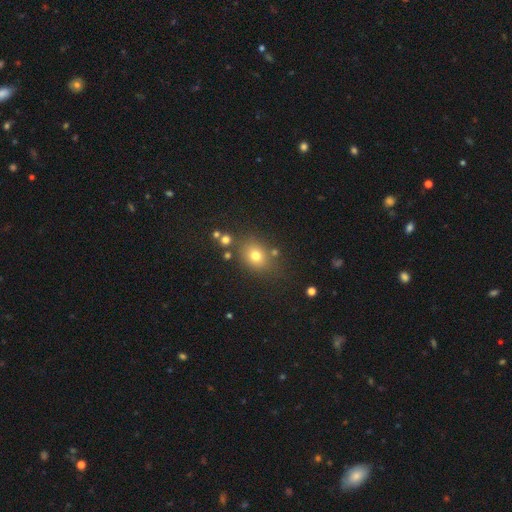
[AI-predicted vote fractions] Morphology: type=smooth (73%); roundness=round (56%); merging=none (75%).